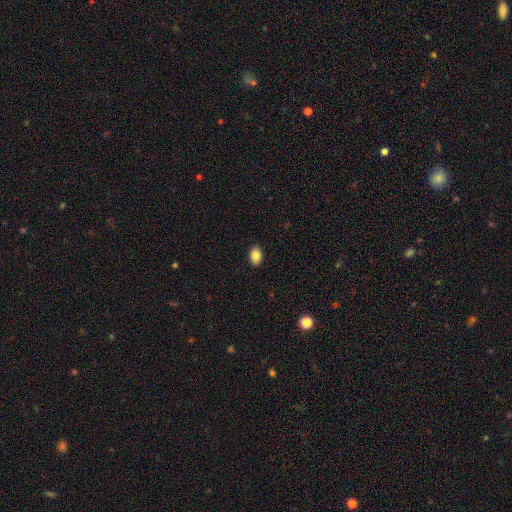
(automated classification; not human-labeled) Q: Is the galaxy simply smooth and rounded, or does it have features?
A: smooth — 86%.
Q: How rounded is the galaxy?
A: in between — 82%.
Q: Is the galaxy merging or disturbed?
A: none — 90%.